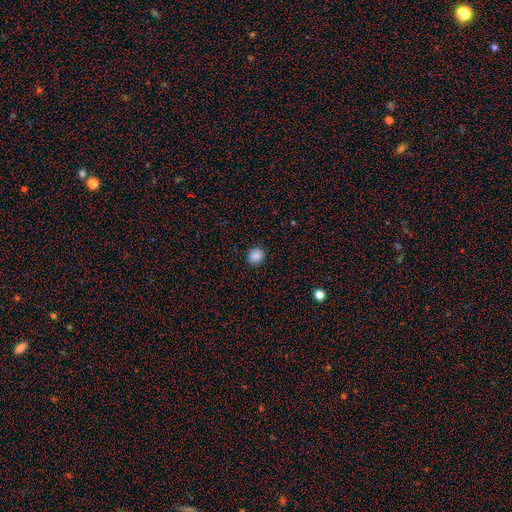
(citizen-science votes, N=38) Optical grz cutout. It shows a smooth galaxy with no disk features (92%) that is round (89%). Merging: none (92%).